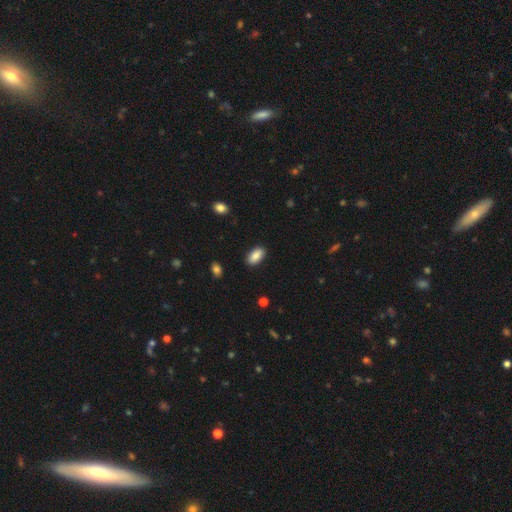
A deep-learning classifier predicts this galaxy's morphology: Smooth or featured: smooth — 87% (star or artifact — 7%)
How rounded: in between — 93% (cigar-shaped — 4%)
Merging: none — 88% (minor disturbance — 8%)